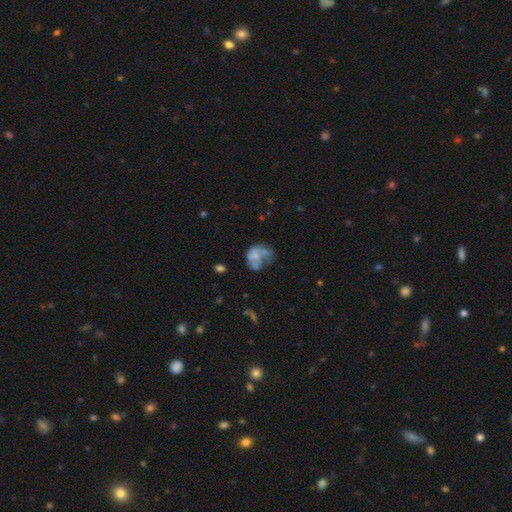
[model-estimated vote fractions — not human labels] Q: Smooth or featured?
A: smooth (52%); runner-up: featured or disk (37%)
Q: How rounded?
A: in between (58%); runner-up: round (41%)
Q: Merging?
A: major disturbance (30%); runner-up: none (26%)